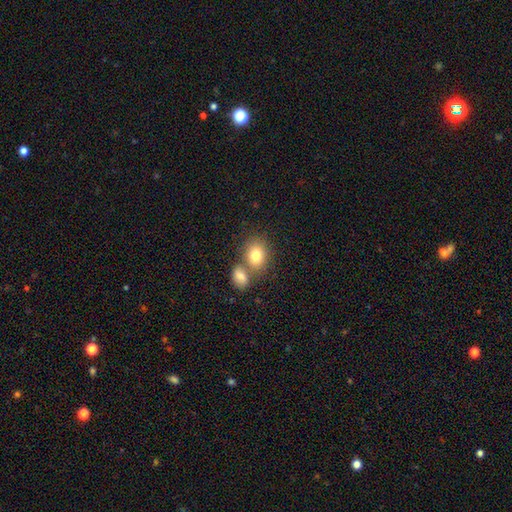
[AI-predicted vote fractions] This appears to be a smooth galaxy with no disk features (80%) that is in between round and cigar-shaped (59%). Merging: none (46%).